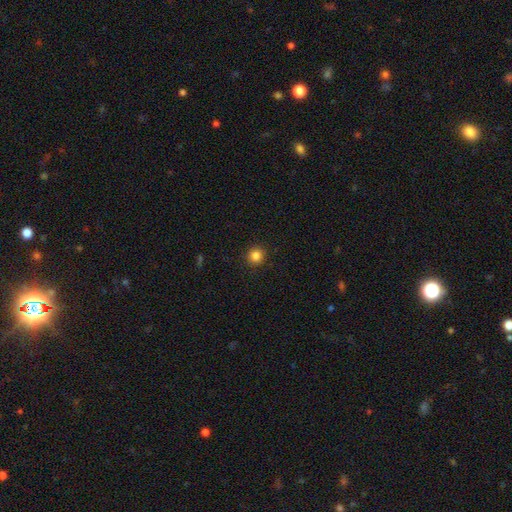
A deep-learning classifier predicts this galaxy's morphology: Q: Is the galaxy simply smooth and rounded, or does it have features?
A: smooth — 84%.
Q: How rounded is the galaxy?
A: round — 93%.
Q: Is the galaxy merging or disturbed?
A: none — 92%.